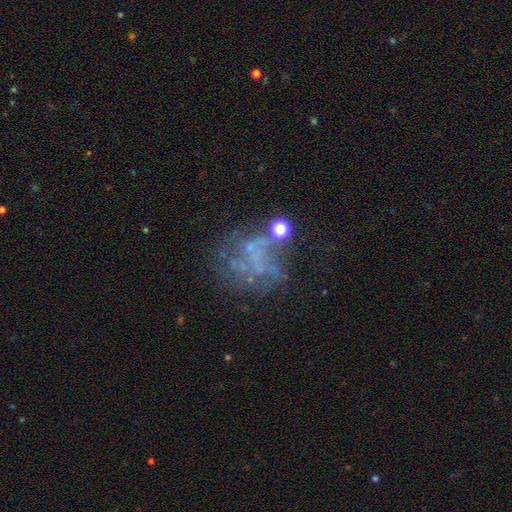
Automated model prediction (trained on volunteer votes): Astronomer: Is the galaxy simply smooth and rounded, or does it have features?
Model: featured or disk — 56%.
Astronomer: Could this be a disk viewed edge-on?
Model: no — 98%.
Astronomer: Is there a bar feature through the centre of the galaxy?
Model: no — 88%.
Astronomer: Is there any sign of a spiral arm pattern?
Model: no — 85%.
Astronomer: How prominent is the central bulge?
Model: none — 79%.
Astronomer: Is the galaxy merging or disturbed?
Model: none — 40% (runner-up: major disturbance, 34%).